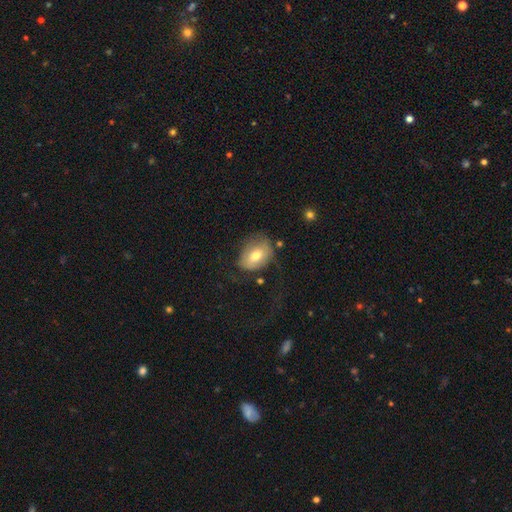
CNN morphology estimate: type=smooth (67%); roundness=in between (75%); merging=none (53%).